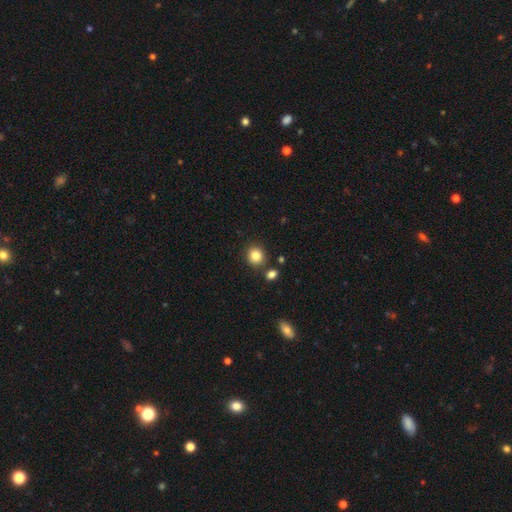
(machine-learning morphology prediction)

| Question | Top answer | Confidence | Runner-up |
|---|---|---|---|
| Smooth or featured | smooth | 84% | star or artifact (10%) |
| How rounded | round | 83% | in between (17%) |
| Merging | none | 82% | minor disturbance (8%) |